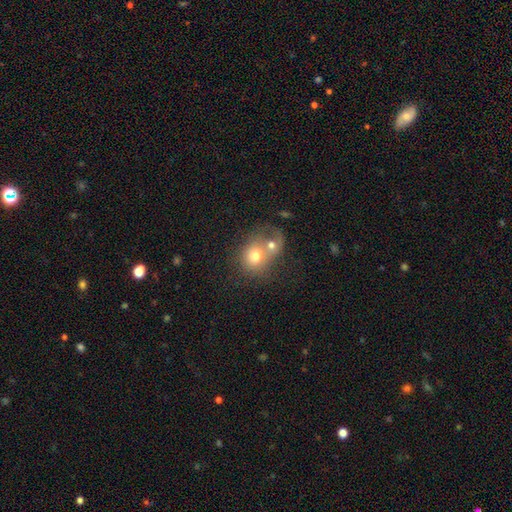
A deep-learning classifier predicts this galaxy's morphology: A smooth galaxy with no disk features (67%) that is round (65%).

Vote fractions:
- Smooth or featured? smooth: 67% / featured or disk: 23% / star or artifact: 11%
- How rounded? round: 65% / in between: 34% / cigar-shaped: 1%
- Merging? merger: 68% / none: 19% / minor disturbance: 7% / major disturbance: 6%